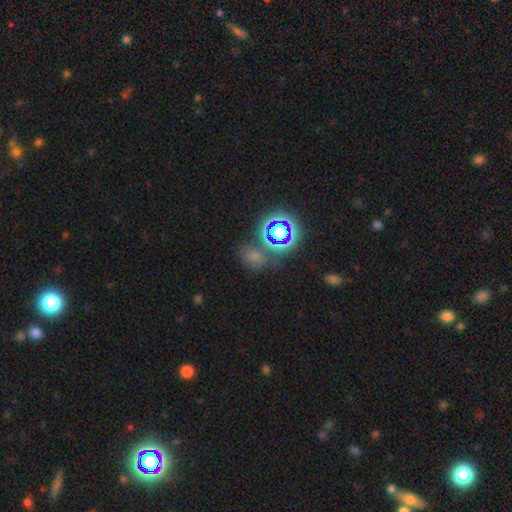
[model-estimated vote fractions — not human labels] smooth 48%, star or artifact 40%, featured or disk 12%. Down the decision tree: merging — none (64%).